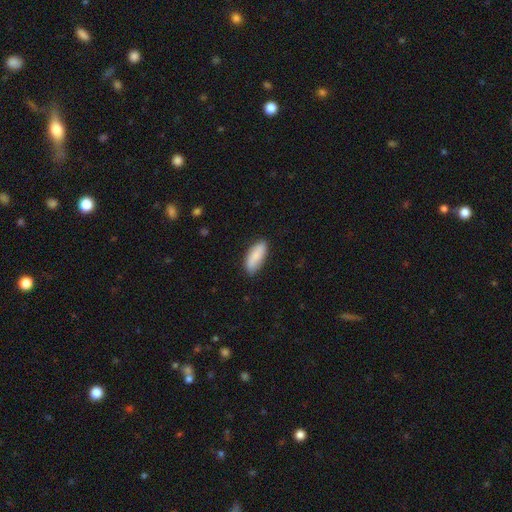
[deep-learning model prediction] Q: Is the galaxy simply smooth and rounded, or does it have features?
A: smooth — 81%.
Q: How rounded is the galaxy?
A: in between — 79%.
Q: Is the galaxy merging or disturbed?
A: none — 81%.